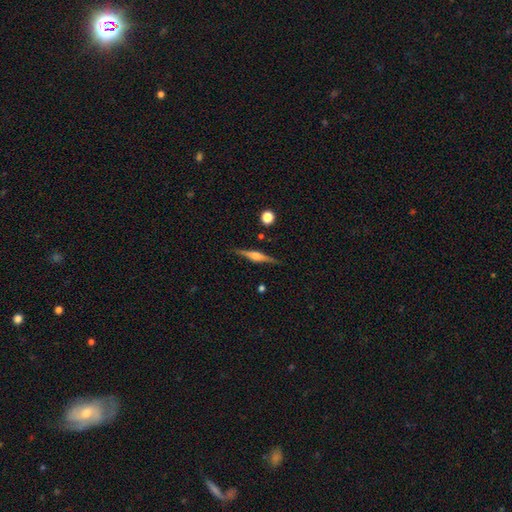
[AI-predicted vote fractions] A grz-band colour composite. It shows a featured or disk galaxy (76%) viewed edge-on (98%) with a rounded central bulge (80%). Merging: none (88%).